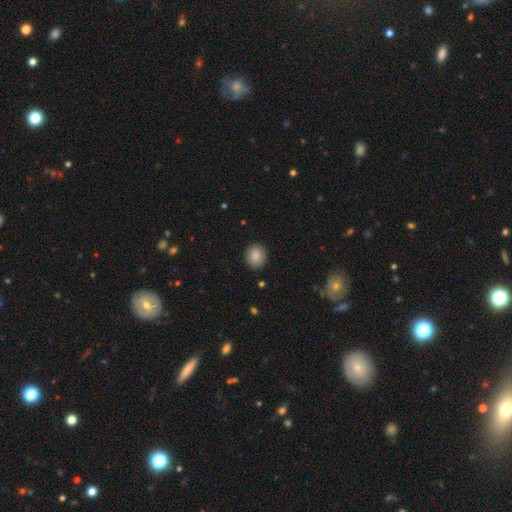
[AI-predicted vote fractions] A smooth galaxy with no disk features (87%) that is round (84%).

Vote fractions:
- Smooth or featured? smooth: 87% / star or artifact: 8% / featured or disk: 5%
- How rounded? round: 84% / in between: 15% / cigar-shaped: 1%
- Merging? none: 90% / minor disturbance: 7% / major disturbance: 2% / merger: 1%